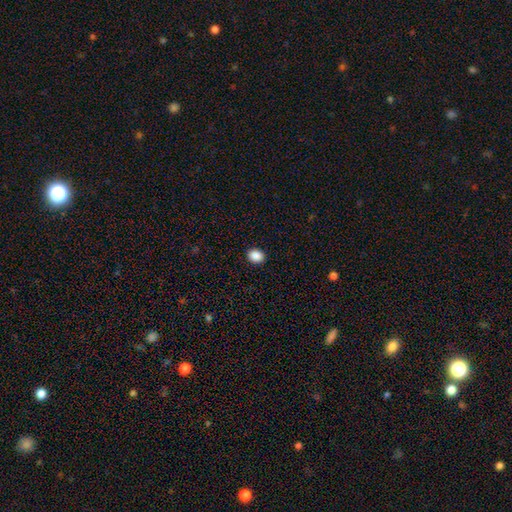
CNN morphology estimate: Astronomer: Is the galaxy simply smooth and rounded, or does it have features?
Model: smooth — 88%.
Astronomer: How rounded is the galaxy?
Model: in between — 50%, tied with round at 50%.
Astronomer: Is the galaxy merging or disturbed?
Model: none — 91%.